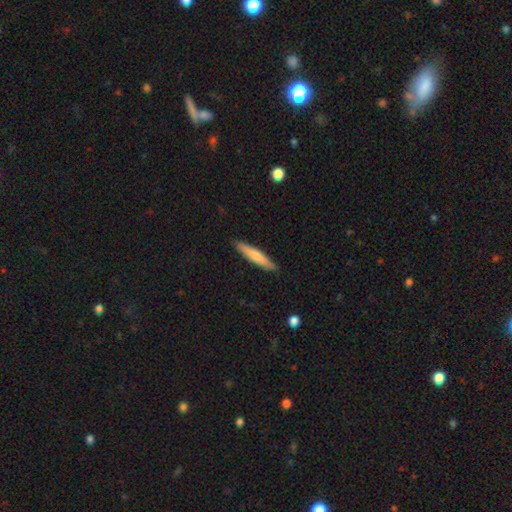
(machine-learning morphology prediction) A smooth galaxy with no disk features (72%) that is cigar-shaped (91%).

Vote fractions:
- Smooth or featured? smooth: 72% / featured or disk: 23% / star or artifact: 5%
- How rounded? cigar-shaped: 91% / in between: 8% / round: 1%
- Merging? none: 90% / minor disturbance: 8% / major disturbance: 1% / merger: 1%